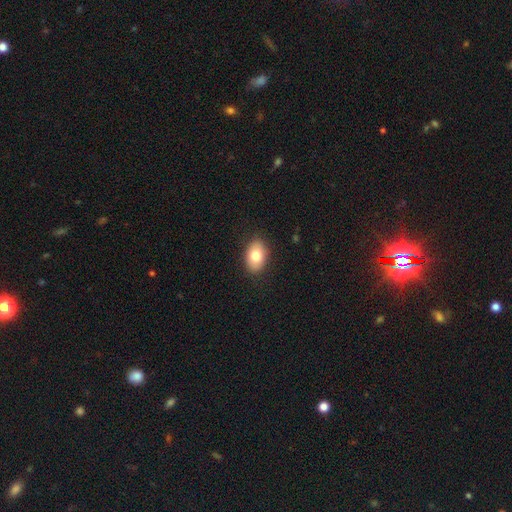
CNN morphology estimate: Overall: smooth (79%). How rounded: in between (85%). Merging: none (88%).